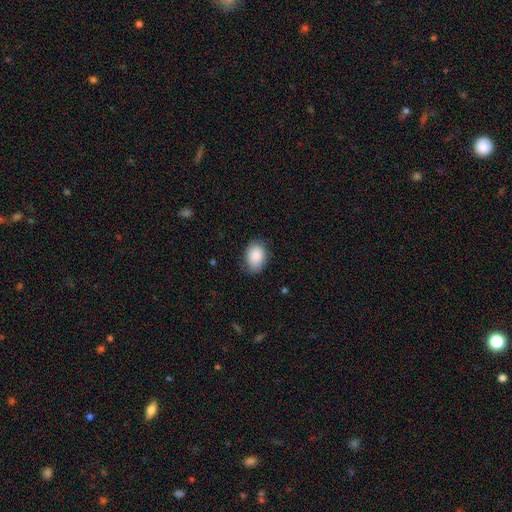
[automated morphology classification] This is clearly a smooth galaxy (87%). How rounded: clearly in between (83%). Merging: likely none (77%).